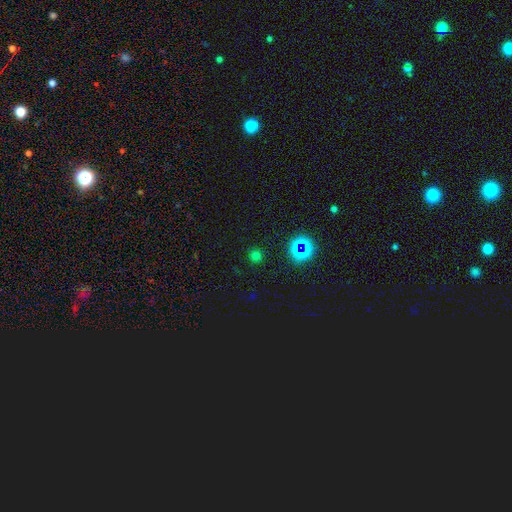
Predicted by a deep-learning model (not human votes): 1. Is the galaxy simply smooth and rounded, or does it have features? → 64% smooth, 31% star or artifact, 5% featured or disk.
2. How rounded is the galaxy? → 94% round, 5% in between, 1% cigar-shaped.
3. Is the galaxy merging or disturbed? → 89% none, 6% minor disturbance, 3% major disturbance, 2% merger.